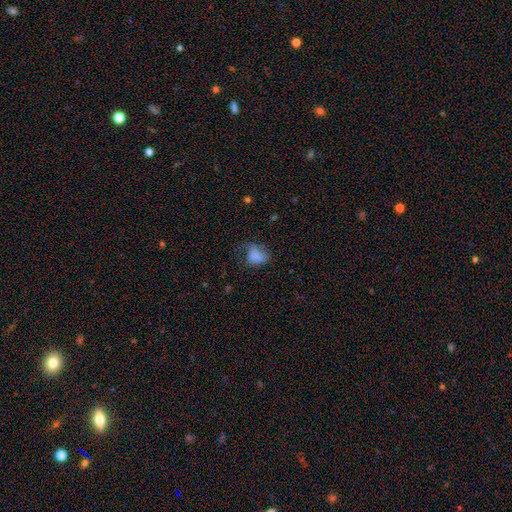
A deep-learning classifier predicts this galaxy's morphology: Smooth or featured: smooth — 71% (featured or disk — 17%)
How rounded: in between — 77% (round — 21%)
Merging: major disturbance — 36% (none — 31%)